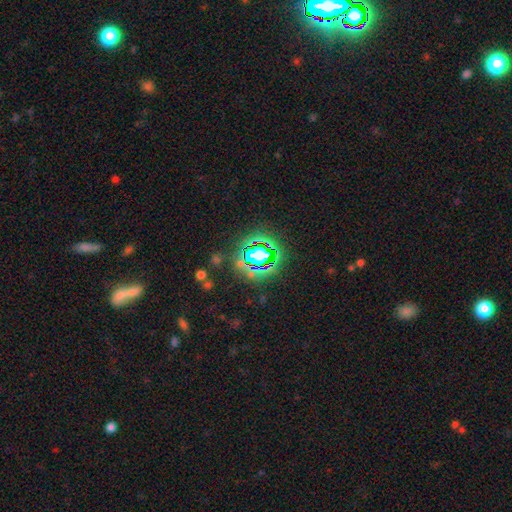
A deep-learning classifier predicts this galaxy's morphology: Smooth or featured? Predicted: star or artifact (p=0.68).